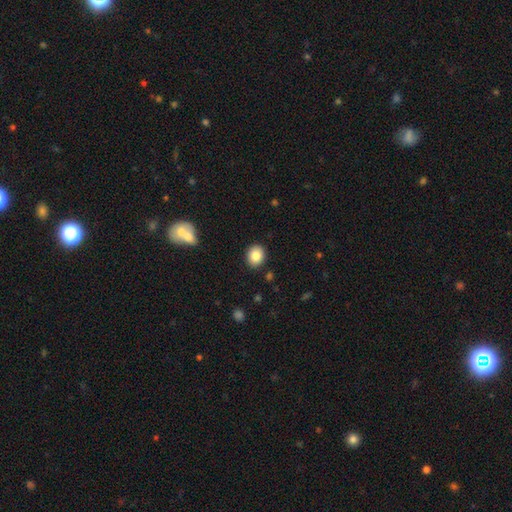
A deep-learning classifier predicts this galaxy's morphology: A smooth galaxy with no disk features (86%) that is round (64%).

Vote fractions:
- Smooth or featured? smooth: 86% / star or artifact: 9% / featured or disk: 6%
- How rounded? round: 64% / in between: 35% / cigar-shaped: 1%
- Merging? none: 89% / minor disturbance: 7% / major disturbance: 2% / merger: 2%